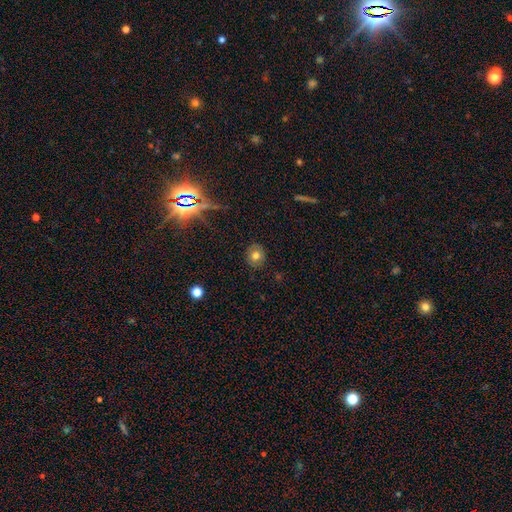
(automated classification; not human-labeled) This appears to be a smooth galaxy with no disk features (71%) that is round (77%). Merging: none (87%).